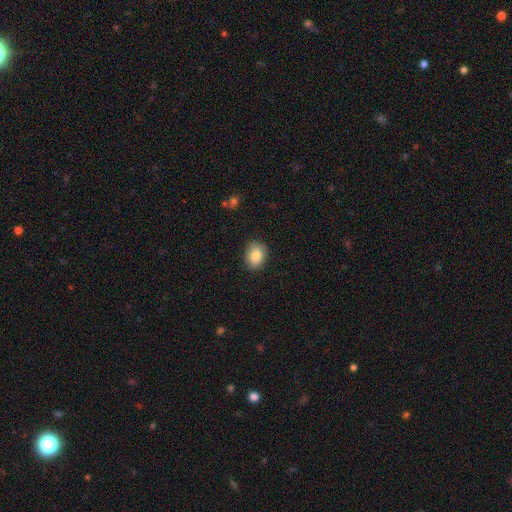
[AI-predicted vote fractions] Q: Smooth or featured?
A: smooth (84%); runner-up: star or artifact (8%)
Q: How rounded?
A: in between (58%); runner-up: round (41%)
Q: Merging?
A: none (87%); runner-up: minor disturbance (10%)